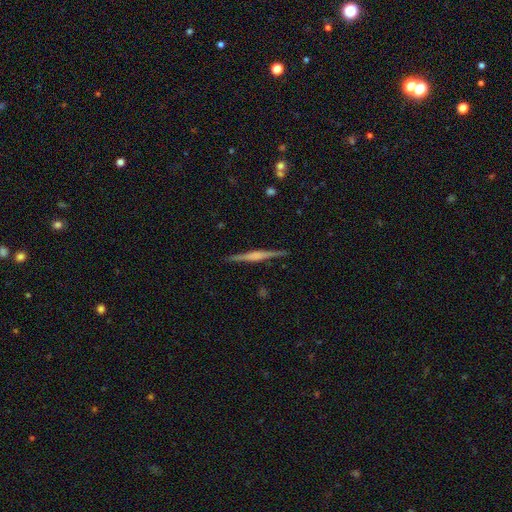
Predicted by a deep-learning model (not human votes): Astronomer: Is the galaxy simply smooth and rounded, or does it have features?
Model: featured or disk — 74%.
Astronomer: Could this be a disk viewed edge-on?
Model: yes — 98%.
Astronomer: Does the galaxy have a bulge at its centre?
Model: rounded — 48% (runner-up: boxy, 35%).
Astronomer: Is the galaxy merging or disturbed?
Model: none — 91%.